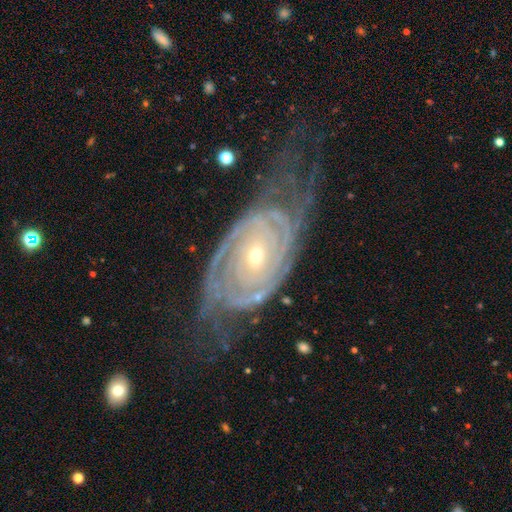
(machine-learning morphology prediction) Smooth or featured?
  - featured or disk: 89% *
  - star or artifact: 6%
  - smooth: 5%
Edge-on disk?
  - no: 95% *
  - yes: 5%
Bar?
  - no: 71% *
  - weak: 19%
  - strong: 9%
Spiral arms?
  - yes: 97% *
  - no: 3%
Spiral winding?
  - tight: 78% *
  - medium: 18%
  - loose: 4%
Spiral arm count?
  - 2: 40% *
  - can't tell: 25%
  - 3: 15%
  - 4: 9%
  - more than 4: 6%
  - 1: 5%
Bulge size?
  - small: 63% *
  - moderate: 34%
  - large: 1%
  - none: 1%
  - dominant: 1%
Merging?
  - none: 57% *
  - minor disturbance: 23%
  - major disturbance: 18%
  - merger: 2%